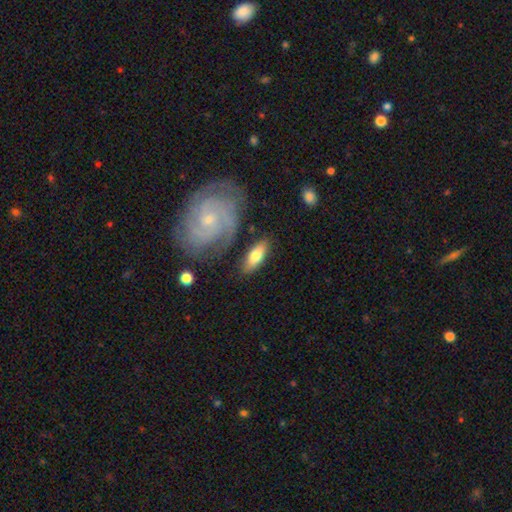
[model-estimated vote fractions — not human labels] smooth-or-featured: smooth: 66% | featured or disk: 29% | star or artifact: 5%
  how-rounded: in between: 69% | cigar-shaped: 29% | round: 3%
  merging: none: 76% | minor disturbance: 14% | merger: 6% | major disturbance: 4%